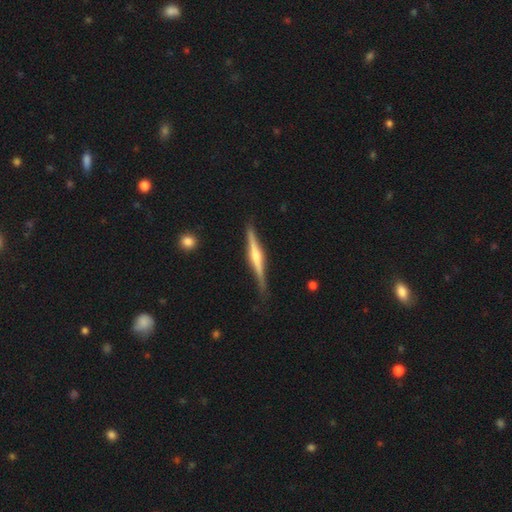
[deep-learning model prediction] Smooth or featured? Predicted: featured or disk (p=0.78). Edge-on disk? Predicted: yes (p=0.98). Edge-on bulge? Predicted: rounded (p=0.85). Merging? Predicted: none (p=0.85).